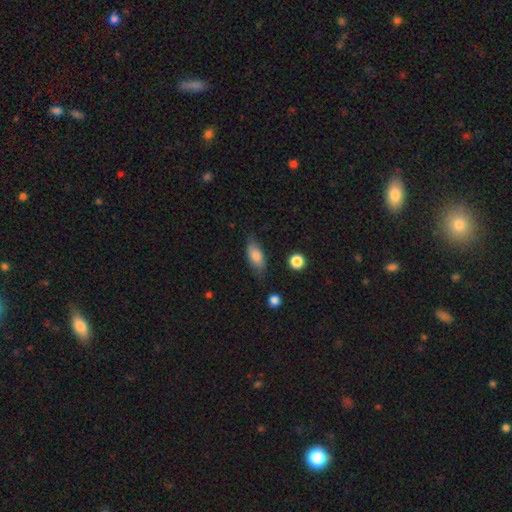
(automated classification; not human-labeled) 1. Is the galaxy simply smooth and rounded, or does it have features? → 79% smooth, 14% featured or disk, 7% star or artifact.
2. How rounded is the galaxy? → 82% in between, 15% cigar-shaped, 4% round.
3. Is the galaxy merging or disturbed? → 74% none, 20% minor disturbance, 4% major disturbance, 2% merger.